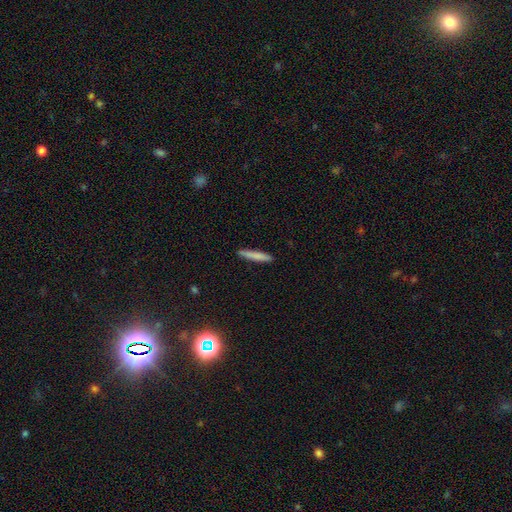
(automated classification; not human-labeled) Smooth or featured? smooth (78%)
How rounded? cigar-shaped (94%)
Merging? none (89%)